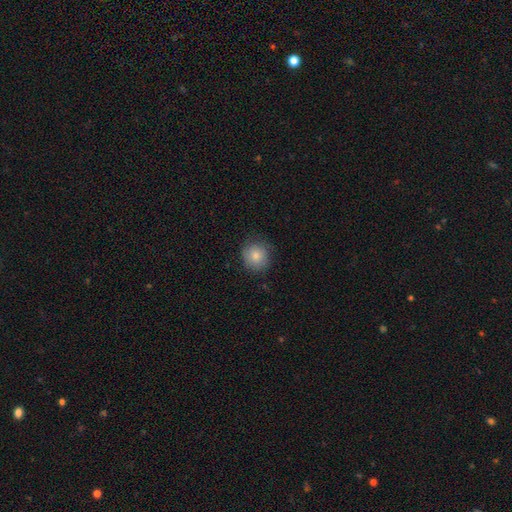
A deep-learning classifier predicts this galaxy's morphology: Smooth or featured? smooth (81%)
How rounded? round (89%)
Merging? none (79%)